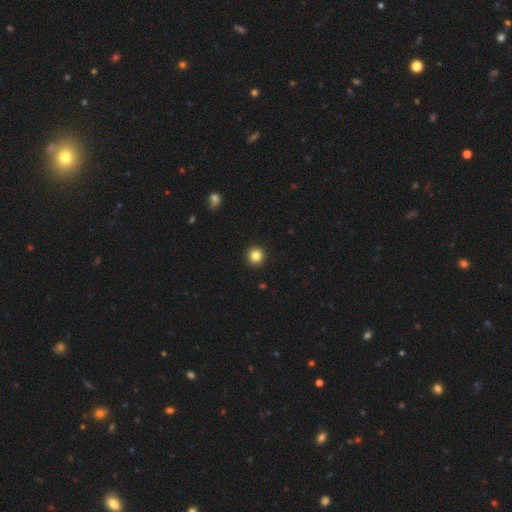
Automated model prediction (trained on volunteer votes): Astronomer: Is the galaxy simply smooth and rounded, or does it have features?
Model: smooth — 84%.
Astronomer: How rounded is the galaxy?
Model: round — 95%.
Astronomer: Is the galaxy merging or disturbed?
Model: none — 94%.